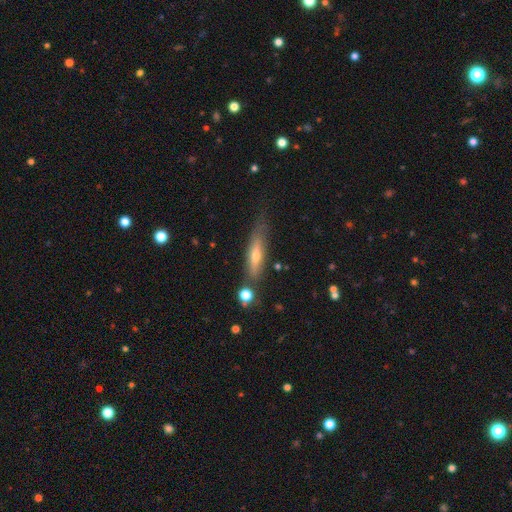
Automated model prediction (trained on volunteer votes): Smooth or featured: featured or disk — 50% (smooth — 43%)
Merging: none — 66% (minor disturbance — 22%)